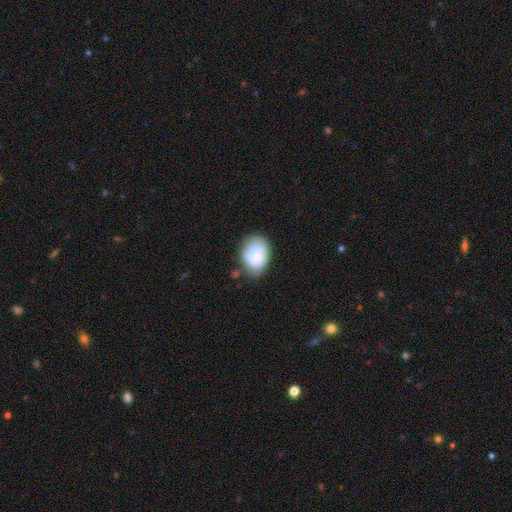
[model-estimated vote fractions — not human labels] Smooth or featured?
  - smooth: 72% *
  - featured or disk: 20%
  - star or artifact: 7%
How rounded?
  - in between: 70% *
  - round: 29%
  - cigar-shaped: 1%
Merging?
  - none: 58% *
  - minor disturbance: 28%
  - major disturbance: 8%
  - merger: 6%